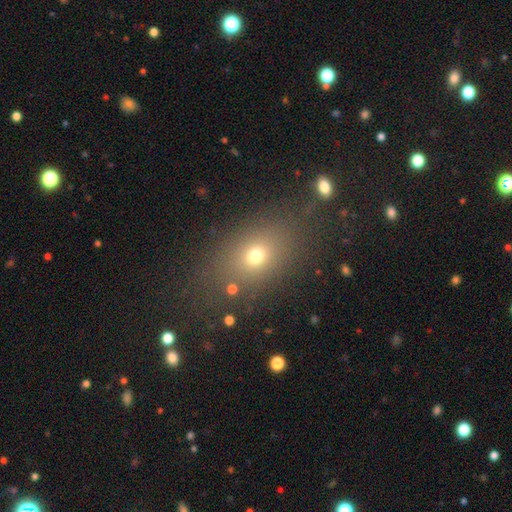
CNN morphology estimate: smooth-or-featured: smooth: 70% | star or artifact: 18% | featured or disk: 13%
  how-rounded: in between: 66% | round: 31% | cigar-shaped: 3%
  merging: none: 77% | minor disturbance: 12% | major disturbance: 7% | merger: 5%